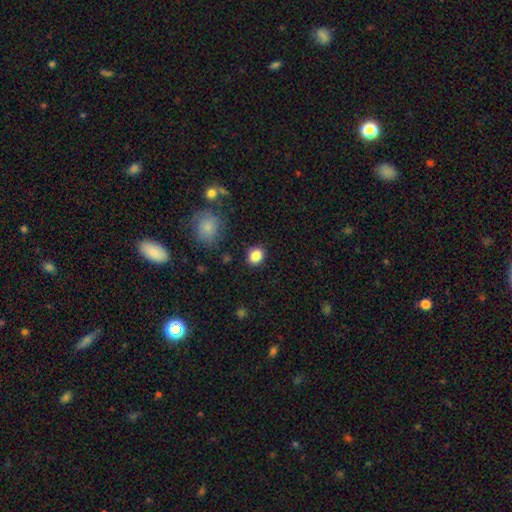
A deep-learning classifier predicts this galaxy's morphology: smooth 85%, star or artifact 10%, featured or disk 5%. Down the decision tree: how rounded — round (62%); merging — none (87%).